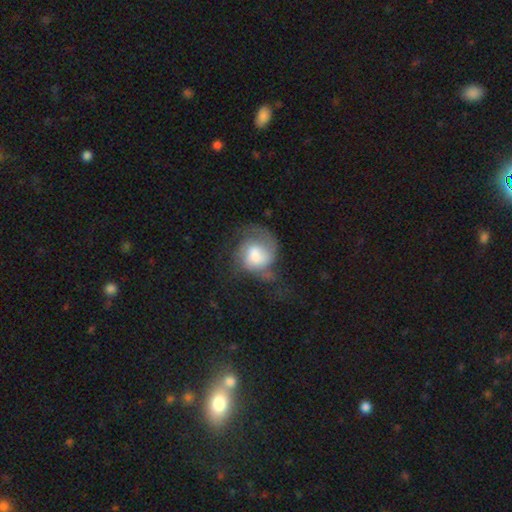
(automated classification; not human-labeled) Overall: featured or disk (53%; smooth 39%). Edge-on disk: no (98%). Bar: no (65%; weak 29%). Spiral arms: yes (79%). Bulge size: large (43%; moderate 27%). Merging: major disturbance (40%; none 35%).